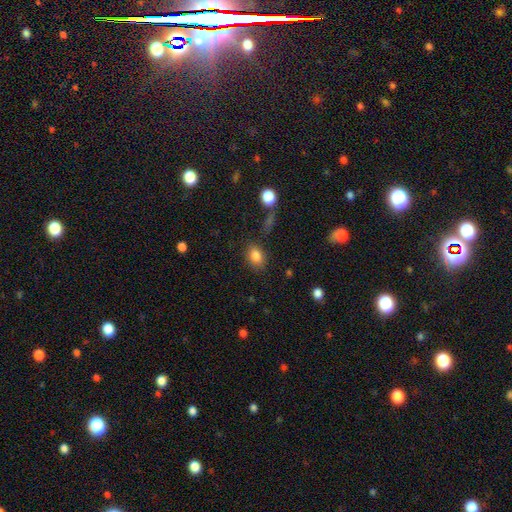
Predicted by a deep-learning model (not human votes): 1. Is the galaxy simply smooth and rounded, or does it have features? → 84% smooth, 10% star or artifact, 6% featured or disk.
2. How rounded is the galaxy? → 76% in between, 22% round, 2% cigar-shaped.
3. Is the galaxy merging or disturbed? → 78% none, 13% minor disturbance, 5% major disturbance, 4% merger.